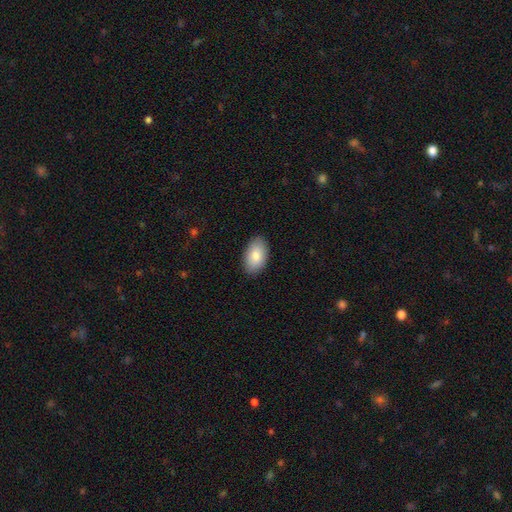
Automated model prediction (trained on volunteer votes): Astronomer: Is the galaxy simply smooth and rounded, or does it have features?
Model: smooth — 84%.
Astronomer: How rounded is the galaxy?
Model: in between — 94%.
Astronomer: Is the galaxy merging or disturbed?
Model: none — 88%.